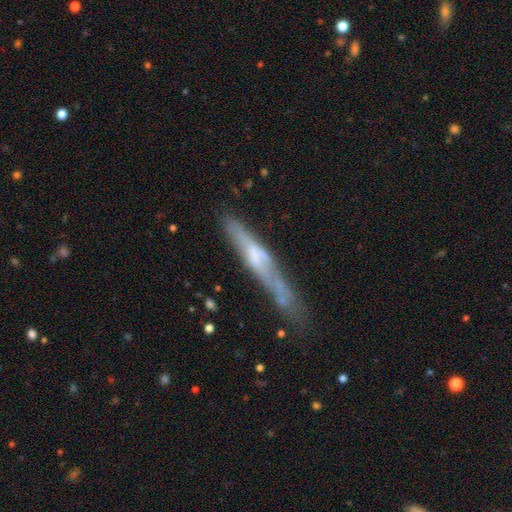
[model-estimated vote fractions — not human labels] Smooth or featured? featured or disk (59%)
Edge-on disk? yes (83%)
Merging? none (57%)